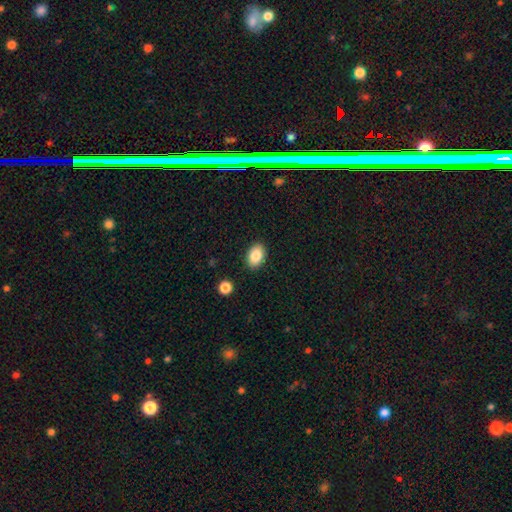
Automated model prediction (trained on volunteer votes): This is clearly a smooth galaxy (86%). How rounded: clearly in between (86%). Merging: clearly none (88%).